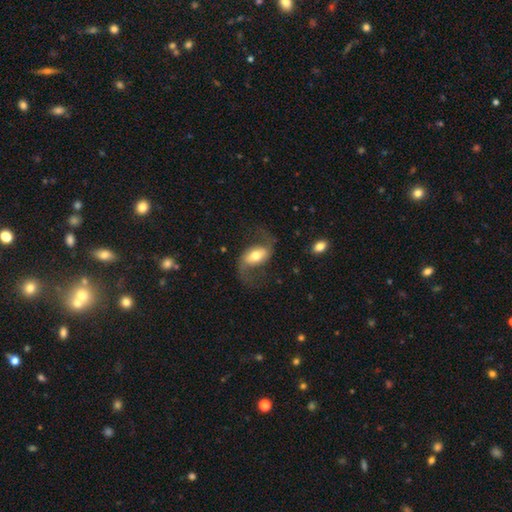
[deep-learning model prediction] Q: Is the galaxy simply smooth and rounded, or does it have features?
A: featured or disk — 74%.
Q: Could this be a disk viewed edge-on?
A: no — 95%.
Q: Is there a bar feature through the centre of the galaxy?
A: weak — 38%.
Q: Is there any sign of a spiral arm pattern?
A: yes — 92%.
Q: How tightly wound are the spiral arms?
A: loose — 74%.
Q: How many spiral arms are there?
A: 2 — 92%.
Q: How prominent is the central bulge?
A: moderate — 64%.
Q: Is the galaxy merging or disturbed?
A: none — 67%.